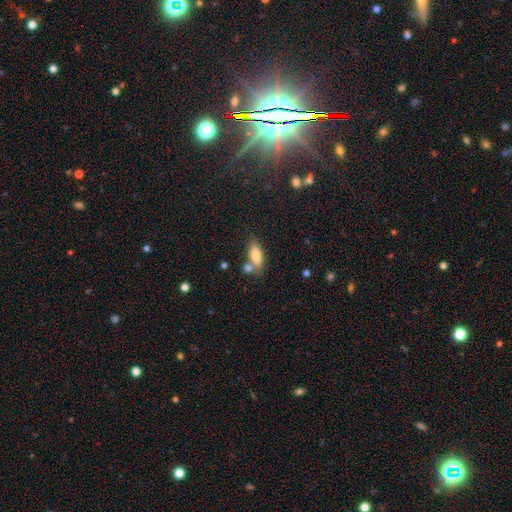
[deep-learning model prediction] Smooth or featured?
  - smooth: 78% *
  - featured or disk: 15%
  - star or artifact: 7%
How rounded?
  - in between: 71% *
  - cigar-shaped: 26%
  - round: 3%
Merging?
  - none: 62% *
  - merger: 21%
  - minor disturbance: 14%
  - major disturbance: 4%